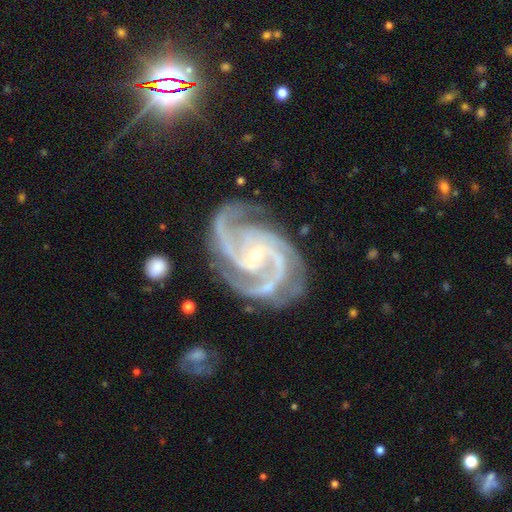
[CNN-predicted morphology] Smooth or featured? Predicted: featured or disk (p=0.94). Edge-on disk? Predicted: no (p=0.98). Bar? Predicted: no (p=0.58). Spiral arms? Predicted: yes (p=0.99). Spiral winding? Predicted: medium (p=0.51). Spiral arm count? Predicted: 3 (p=0.51). Bulge size? Predicted: small (p=0.73). Merging? Predicted: none (p=0.70).